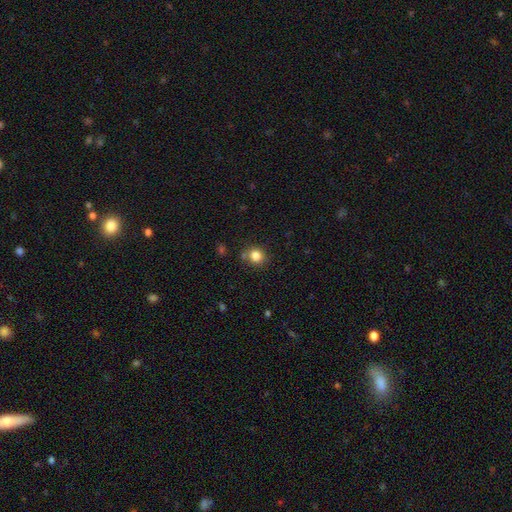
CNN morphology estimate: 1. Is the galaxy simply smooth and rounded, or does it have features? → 82% smooth, 12% star or artifact, 6% featured or disk.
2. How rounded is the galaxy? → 83% round, 17% in between, 1% cigar-shaped.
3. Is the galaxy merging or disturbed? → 76% none, 12% minor disturbance, 8% merger, 4% major disturbance.